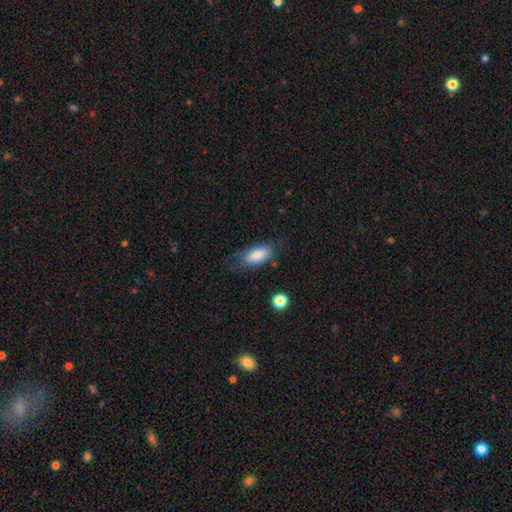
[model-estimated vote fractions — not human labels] smooth 77%, featured or disk 16%, star or artifact 7%. Down the decision tree: how rounded — in between (88%); merging — none (64%).